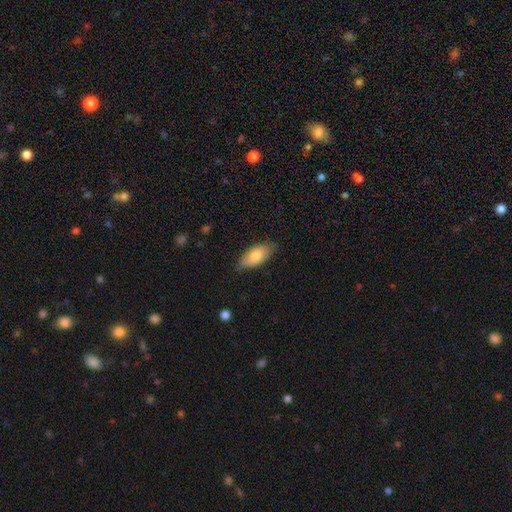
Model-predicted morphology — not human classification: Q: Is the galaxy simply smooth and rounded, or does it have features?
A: smooth — 78%.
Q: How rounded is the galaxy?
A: in between — 89%.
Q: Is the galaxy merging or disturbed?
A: none — 76%.